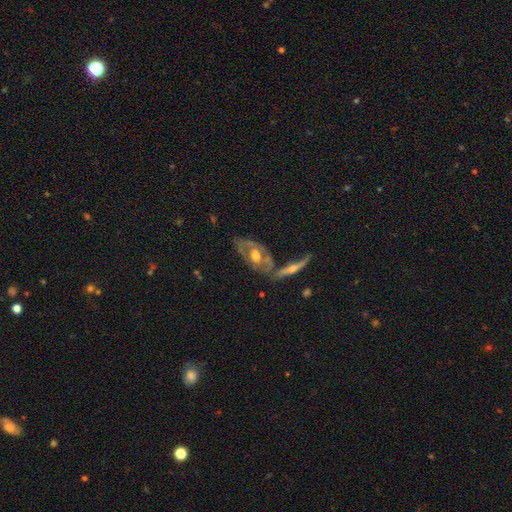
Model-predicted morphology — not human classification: smooth_or_featured: featured or disk (p=0.66) [alt: smooth p=0.28]
disk_edge_on: no (p=0.75) [alt: yes p=0.25]
merging: none (p=0.50) [alt: merger p=0.22]